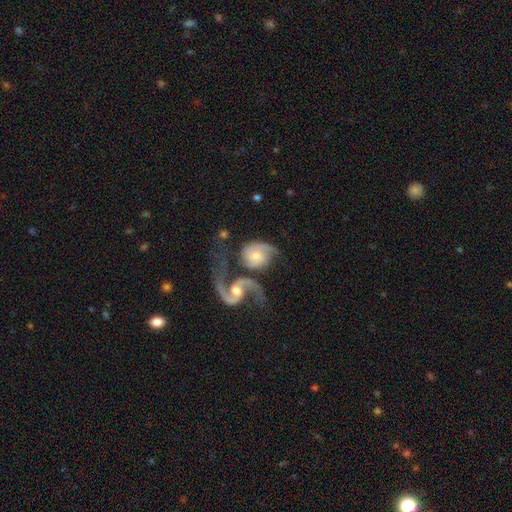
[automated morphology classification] Smooth or featured: featured or disk — 71% (smooth — 23%)
Edge-on disk: no — 96% (yes — 4%)
Bar: no — 52% (weak — 38%)
Spiral arms: yes — 93% (no — 7%)
Spiral winding: loose — 51% (medium — 38%)
Spiral arm count: 2 — 85% (1 — 8%)
Bulge size: moderate — 44% (small — 42%)
Merging: merger — 49% (none — 26%)